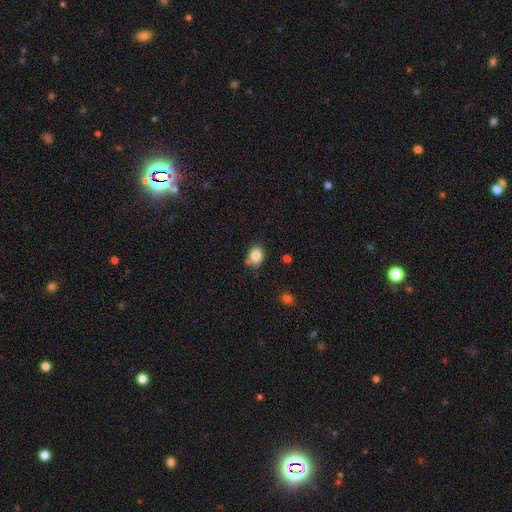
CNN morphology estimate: The model was most divided on "how rounded": in between: 61%, round: 38%, cigar-shaped: 1%. More confident: smooth or featured — smooth (86%); merging — none (72%).